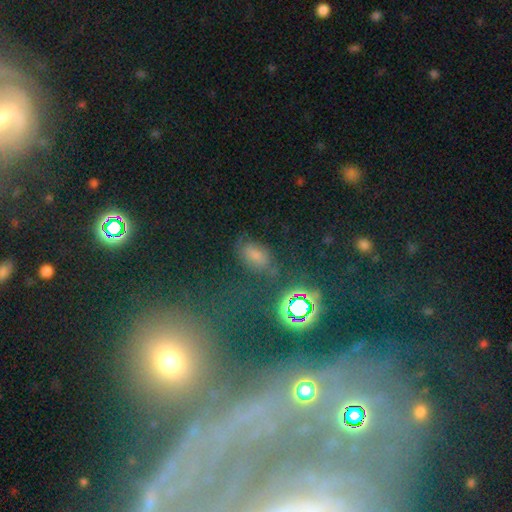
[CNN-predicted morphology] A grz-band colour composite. It shows a smooth galaxy with no disk features (59%) that is in between round and cigar-shaped (88%). Merging: none (63%).